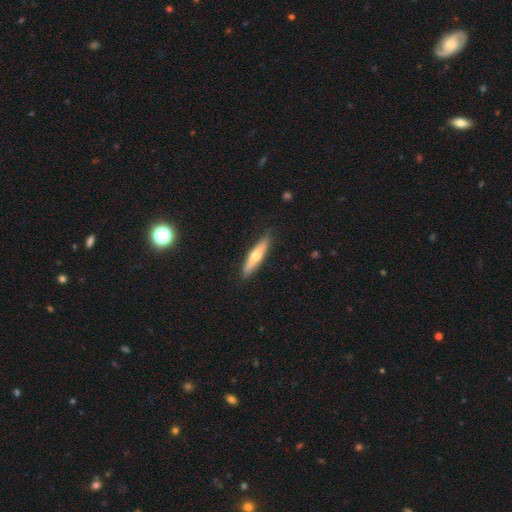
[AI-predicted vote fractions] Morphology: type=smooth (54%); roundness=cigar-shaped (80%); merging=none (88%).